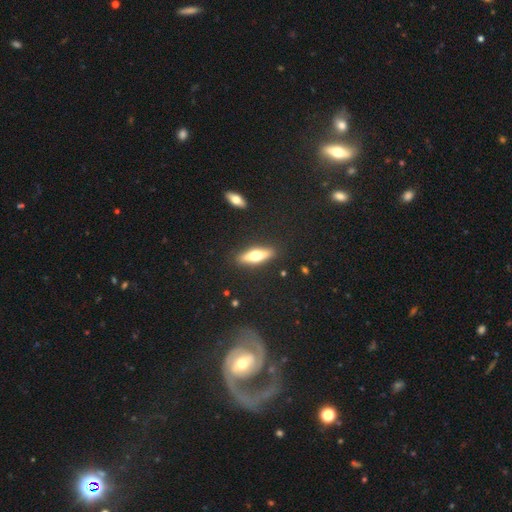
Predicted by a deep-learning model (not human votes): Smooth or featured?
  - featured or disk: 47% *
  - smooth: 46%
  - star or artifact: 7%
Merging?
  - none: 88% *
  - minor disturbance: 8%
  - major disturbance: 2%
  - merger: 2%